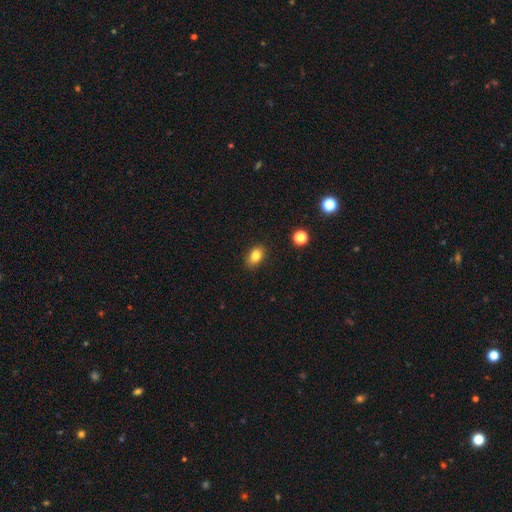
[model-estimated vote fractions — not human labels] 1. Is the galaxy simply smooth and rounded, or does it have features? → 83% smooth, 10% star or artifact, 7% featured or disk.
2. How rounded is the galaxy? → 83% in between, 15% round, 2% cigar-shaped.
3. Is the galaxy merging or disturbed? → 85% none, 11% minor disturbance, 2% major disturbance, 1% merger.